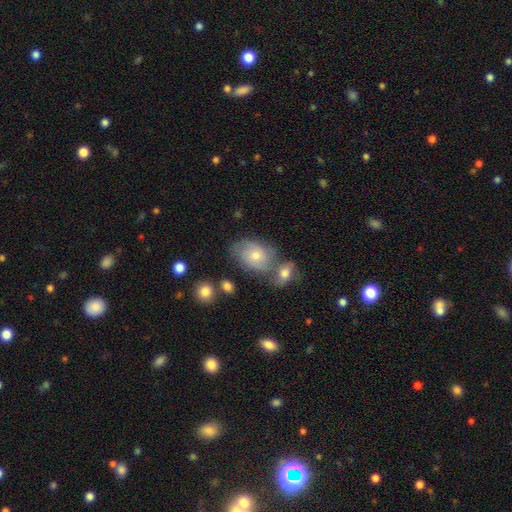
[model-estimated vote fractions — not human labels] Overall: smooth (49%; featured or disk 42%). Merging: none (45%; merger 28%).